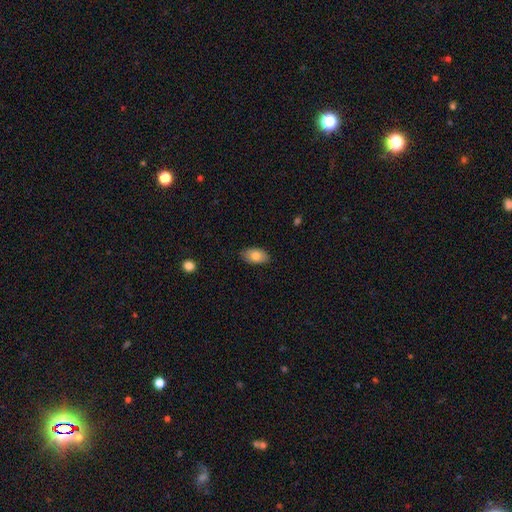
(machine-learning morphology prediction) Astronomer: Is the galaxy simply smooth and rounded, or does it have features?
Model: smooth — 81%.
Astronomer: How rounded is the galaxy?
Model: in between — 92%.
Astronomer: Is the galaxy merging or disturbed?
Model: none — 85%.